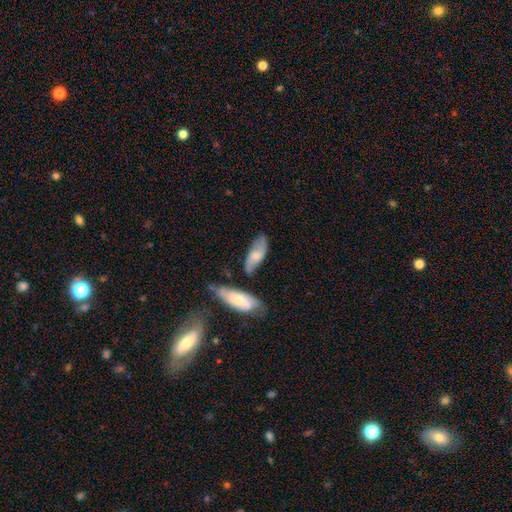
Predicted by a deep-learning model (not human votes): Q: Smooth or featured?
A: smooth (50%); runner-up: featured or disk (43%)
Q: How rounded?
A: in between (72%); runner-up: cigar-shaped (25%)
Q: Merging?
A: none (61%); runner-up: minor disturbance (22%)